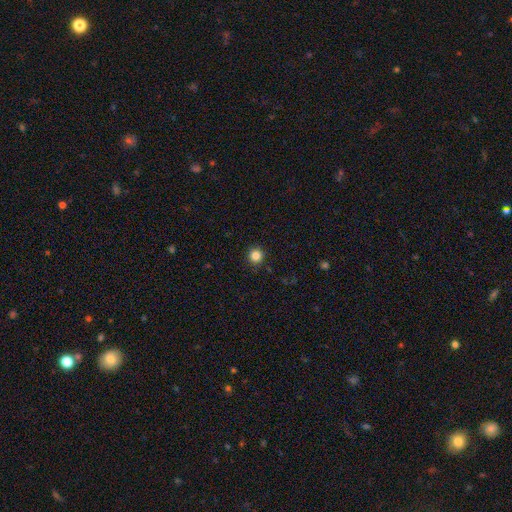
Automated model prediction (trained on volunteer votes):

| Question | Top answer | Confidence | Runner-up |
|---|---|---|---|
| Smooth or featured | smooth | 84% | star or artifact (12%) |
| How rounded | round | 95% | in between (4%) |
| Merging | none | 92% | minor disturbance (5%) |